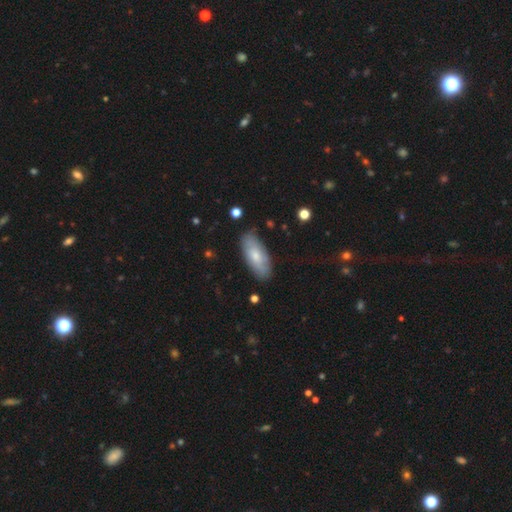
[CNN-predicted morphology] Smooth or featured? smooth (66%)
How rounded? in between (83%)
Merging? none (81%)